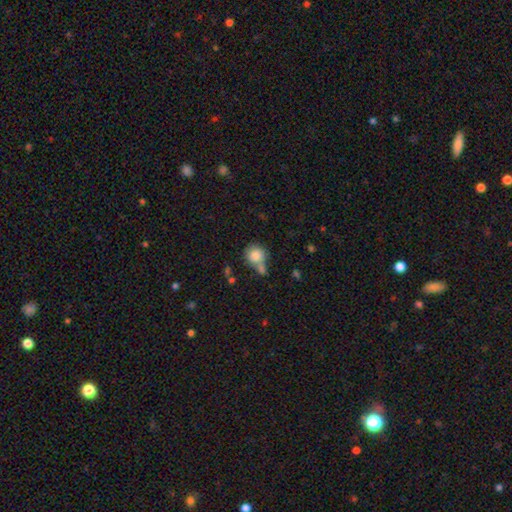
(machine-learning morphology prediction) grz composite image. It shows a smooth galaxy with no disk features (83%) that is round (87%). Merging: none (47%).